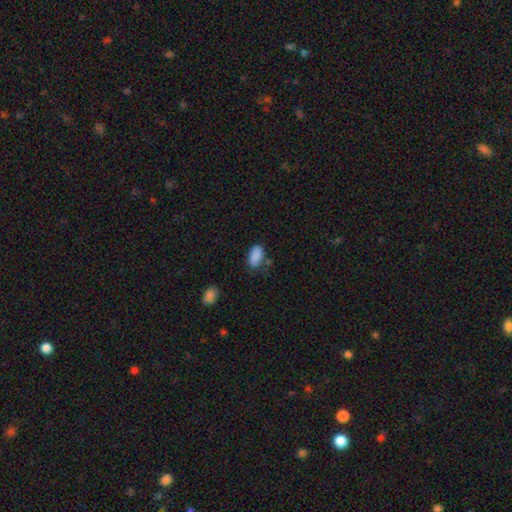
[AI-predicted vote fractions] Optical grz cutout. It shows a smooth galaxy with no disk features (88%) that is in between round and cigar-shaped (93%). Merging: none (69%).